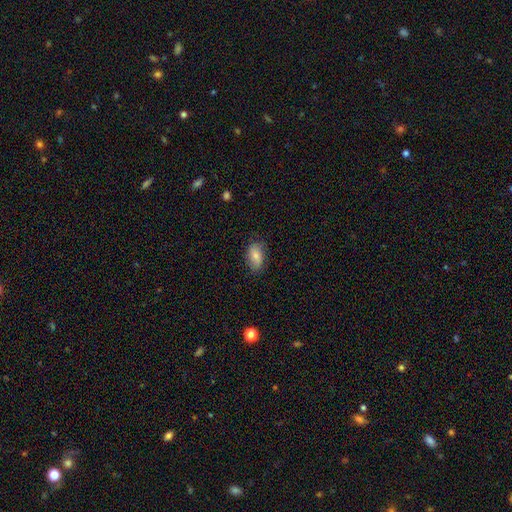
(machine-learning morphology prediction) smooth-or-featured: smooth: 78% | featured or disk: 15% | star or artifact: 7%
  how-rounded: in between: 90% | round: 7% | cigar-shaped: 3%
  merging: none: 78% | minor disturbance: 17% | major disturbance: 4% | merger: 1%